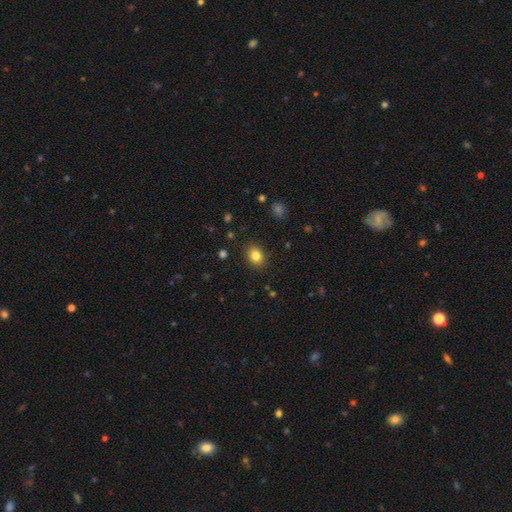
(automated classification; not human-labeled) smooth_or_featured: smooth (p=0.83) [alt: star or artifact p=0.11]
how_rounded: round (p=0.51) [alt: in between p=0.48]
merging: none (p=0.88) [alt: minor disturbance p=0.08]